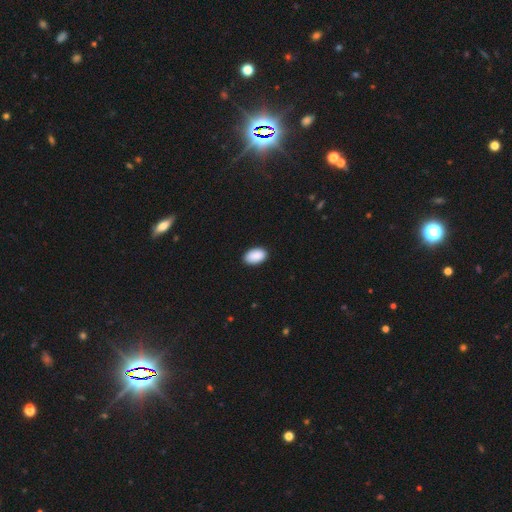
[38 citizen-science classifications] Volunteers were most divided on "merging": none: 95%, minor disturbance: 5%, major disturbance: 0%, merger: 0%. More confident: smooth or featured — smooth (95%); how rounded — in between (94%).